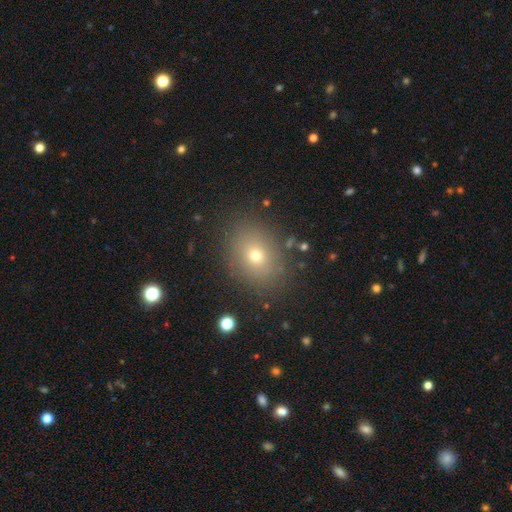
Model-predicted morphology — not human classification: A smooth galaxy with no disk features (68%) that is in between round and cigar-shaped (58%). Merging: none (84%).